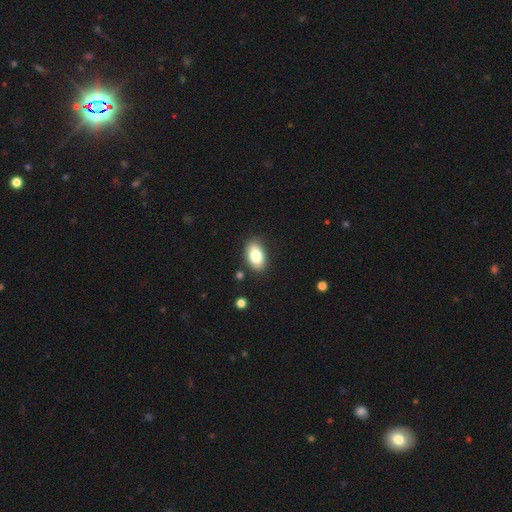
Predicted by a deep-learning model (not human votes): smooth 81%, featured or disk 12%, star or artifact 8%. Down the decision tree: how rounded — in between (92%); merging — none (86%).